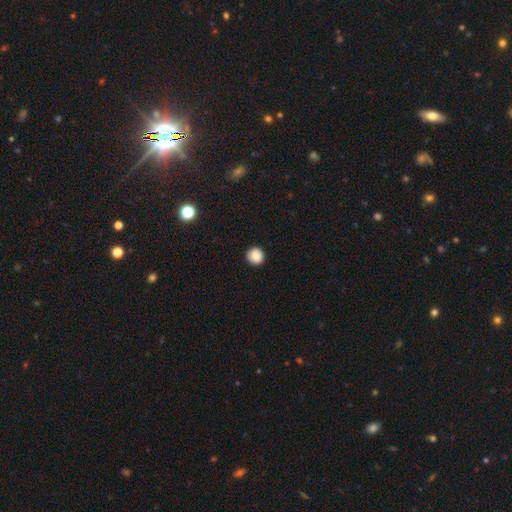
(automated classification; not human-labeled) The model was most divided on "smooth or featured": smooth: 87%, star or artifact: 9%, featured or disk: 4%. More confident: how rounded — round (94%); merging — none (91%).